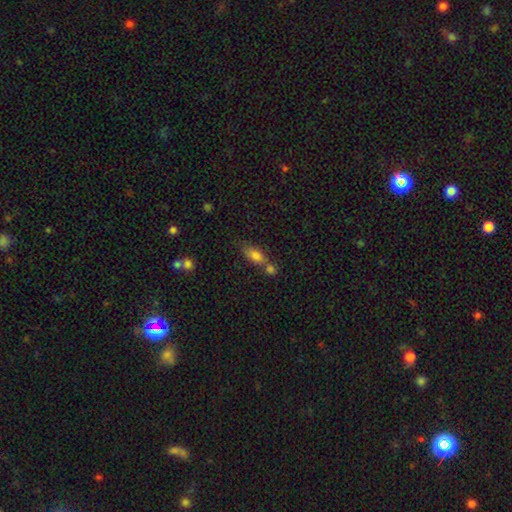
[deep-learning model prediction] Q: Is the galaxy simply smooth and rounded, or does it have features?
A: smooth — 78%.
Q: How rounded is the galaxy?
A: in between — 81%.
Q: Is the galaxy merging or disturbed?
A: none — 42%.